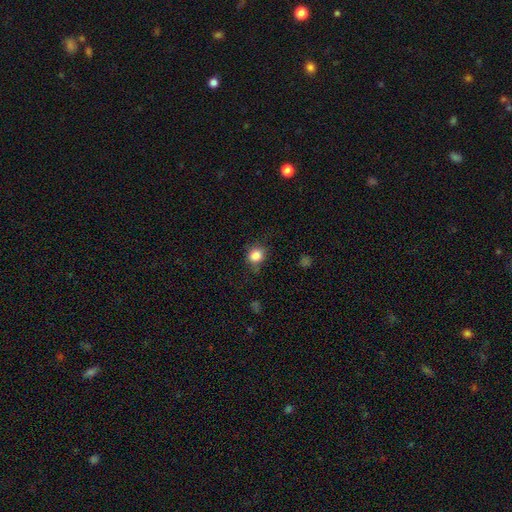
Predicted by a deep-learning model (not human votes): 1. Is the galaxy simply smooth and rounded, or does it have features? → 83% smooth, 11% star or artifact, 6% featured or disk.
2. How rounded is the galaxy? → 78% round, 21% in between, 1% cigar-shaped.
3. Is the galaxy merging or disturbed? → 75% none, 19% minor disturbance, 5% major disturbance, 2% merger.